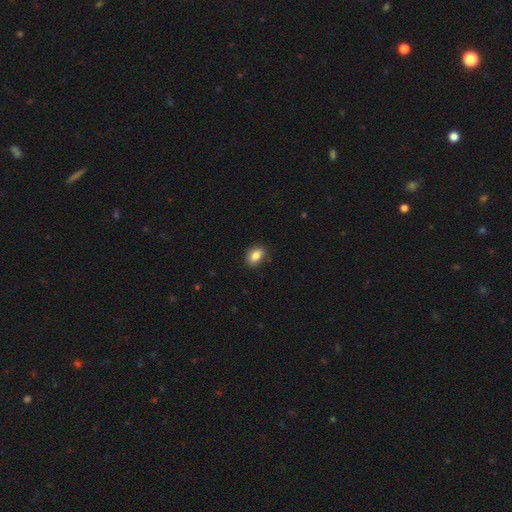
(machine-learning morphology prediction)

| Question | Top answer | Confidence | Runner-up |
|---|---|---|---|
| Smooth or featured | smooth | 86% | star or artifact (8%) |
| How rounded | in between | 81% | round (18%) |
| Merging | none | 83% | minor disturbance (13%) |